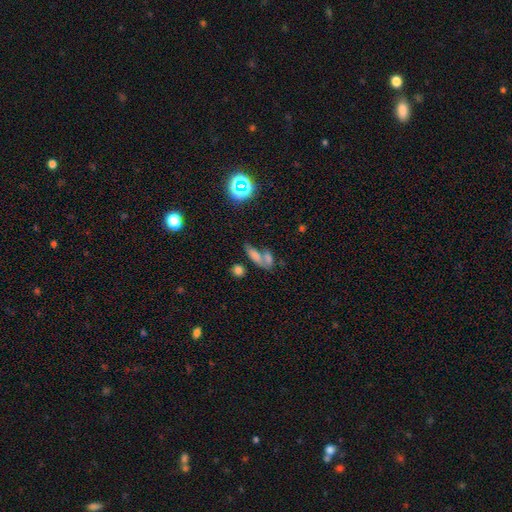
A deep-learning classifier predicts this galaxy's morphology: The model was most divided on "merging": merger: 50%, none: 32%, minor disturbance: 10%, major disturbance: 7%. More confident: how rounded — in between (63%); smooth or featured — smooth (62%).